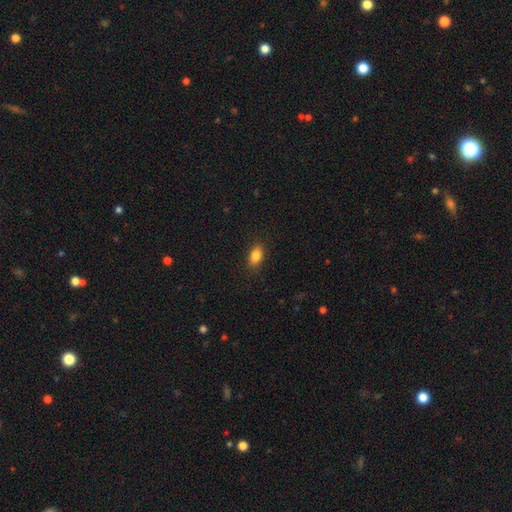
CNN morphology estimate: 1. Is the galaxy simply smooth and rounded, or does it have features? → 85% smooth, 9% star or artifact, 6% featured or disk.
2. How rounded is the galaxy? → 87% in between, 9% round, 3% cigar-shaped.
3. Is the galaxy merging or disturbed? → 88% none, 9% minor disturbance, 2% major disturbance, 1% merger.